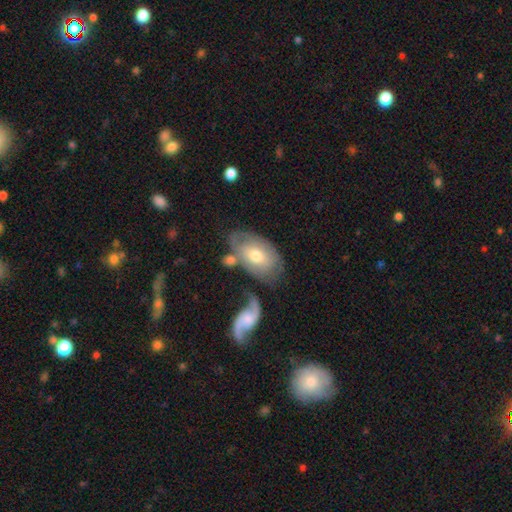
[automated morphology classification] This appears to be a featured or disk galaxy (52%). Merging: none (51%).